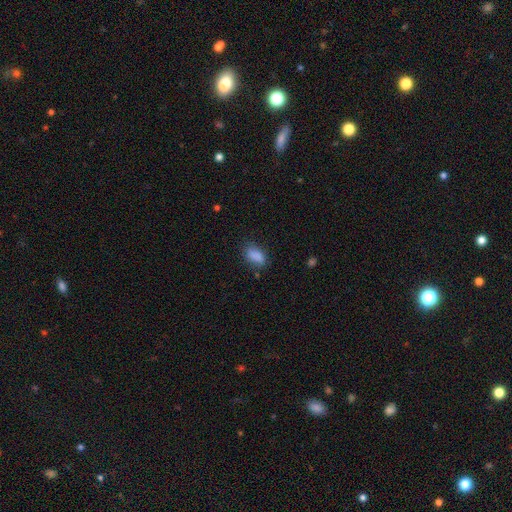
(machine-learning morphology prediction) Q: Smooth or featured?
A: smooth (85%); runner-up: star or artifact (9%)
Q: How rounded?
A: in between (88%); runner-up: round (6%)
Q: Merging?
A: none (72%); runner-up: minor disturbance (20%)